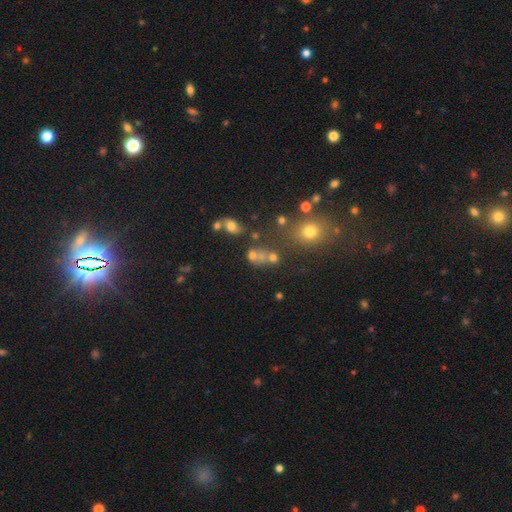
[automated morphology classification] Smooth or featured? smooth (61%)
How rounded? round (56%)
Merging? merger (39%)